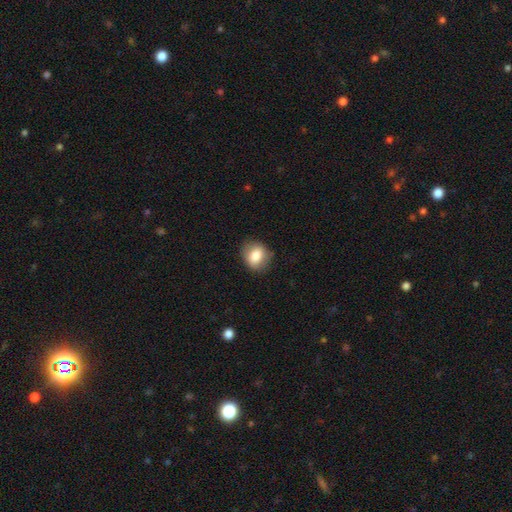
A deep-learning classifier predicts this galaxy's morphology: type=smooth (79%); roundness=round (56%); merging=none (81%).